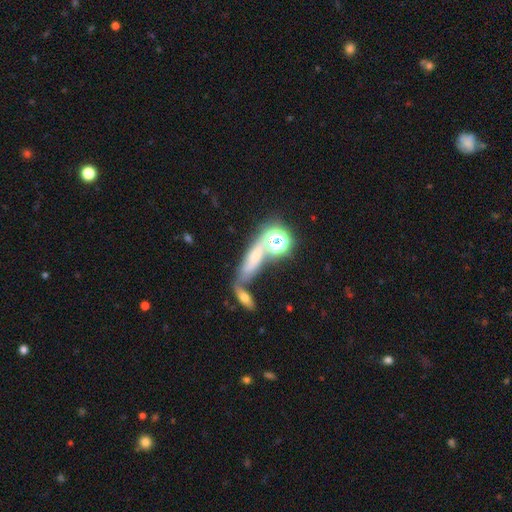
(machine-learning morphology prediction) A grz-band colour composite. It shows a smooth galaxy with no disk features (44%). Merging: none (43%).